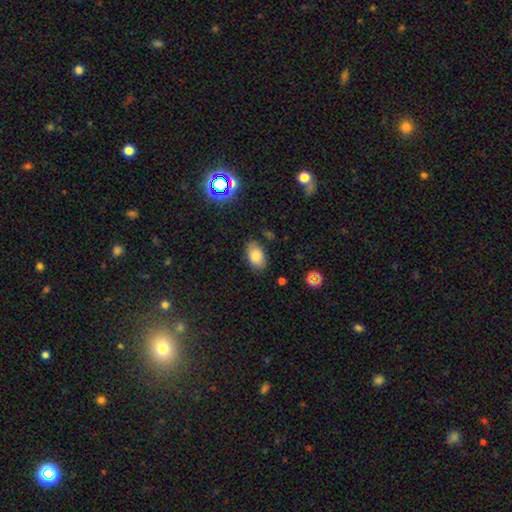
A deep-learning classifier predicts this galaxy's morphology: Q: Smooth or featured?
A: smooth (80%); runner-up: star or artifact (10%)
Q: How rounded?
A: in between (91%); runner-up: round (8%)
Q: Merging?
A: none (80%); runner-up: minor disturbance (15%)